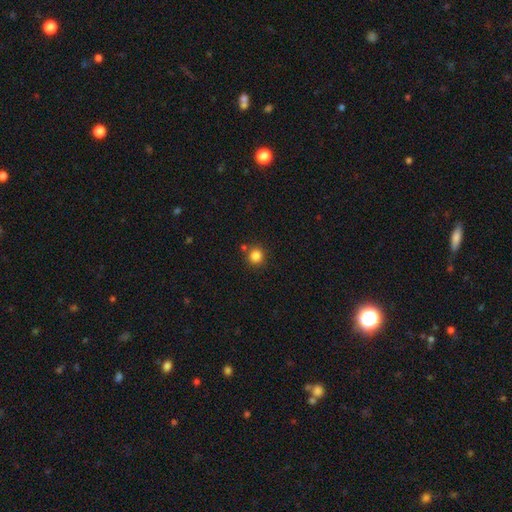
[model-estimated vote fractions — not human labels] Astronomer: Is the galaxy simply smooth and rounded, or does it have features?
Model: smooth — 84%.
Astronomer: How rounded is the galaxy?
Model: round — 92%.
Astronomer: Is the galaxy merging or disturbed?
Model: none — 81%.